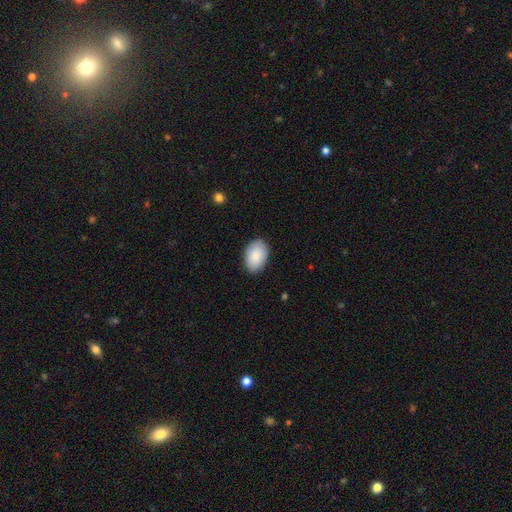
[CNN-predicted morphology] Smooth or featured: smooth — 89% (star or artifact — 6%)
How rounded: in between — 90% (round — 9%)
Merging: none — 87% (minor disturbance — 10%)